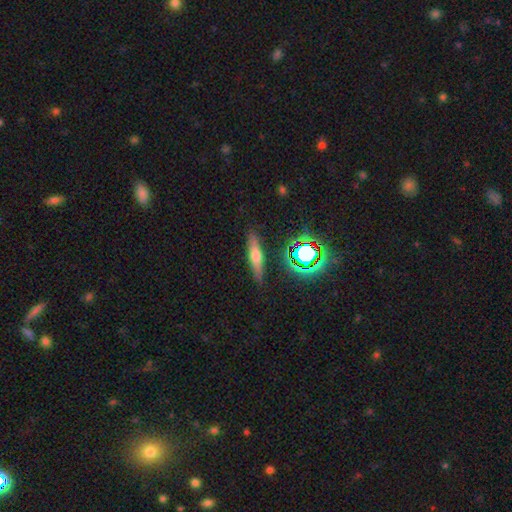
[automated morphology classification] A smooth galaxy with no disk features (49%).

Vote fractions:
- Smooth or featured? smooth: 49% / featured or disk: 38% / star or artifact: 13%
- Merging? none: 85% / minor disturbance: 10% / major disturbance: 2% / merger: 2%